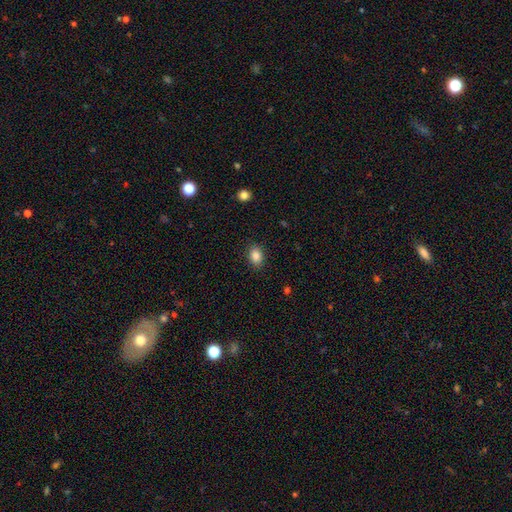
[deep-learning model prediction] This appears to be a smooth galaxy with no disk features (86%) that is in between round and cigar-shaped (73%). Merging: none (88%).